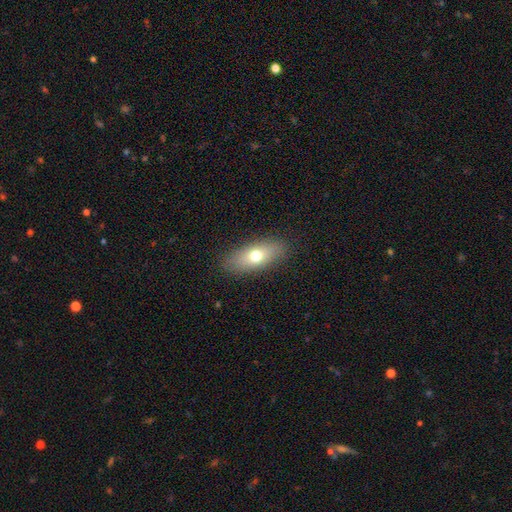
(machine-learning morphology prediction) smooth 69%, featured or disk 23%, star or artifact 8%. Down the decision tree: how rounded — in between (75%); merging — none (87%).